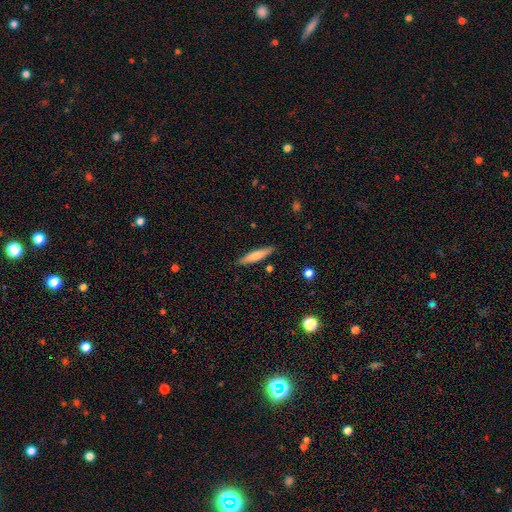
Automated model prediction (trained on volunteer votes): Smooth or featured?
  - smooth: 68% *
  - featured or disk: 26%
  - star or artifact: 6%
How rounded?
  - cigar-shaped: 85% *
  - in between: 14%
  - round: 1%
Merging?
  - none: 87% *
  - minor disturbance: 9%
  - merger: 2%
  - major disturbance: 2%